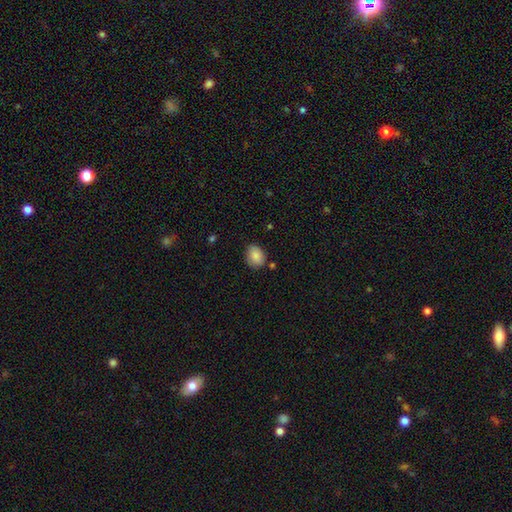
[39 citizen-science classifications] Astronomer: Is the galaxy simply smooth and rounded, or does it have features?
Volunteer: smooth — 77%.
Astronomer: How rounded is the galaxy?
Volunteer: in between — 53% (runner-up: round, 43%).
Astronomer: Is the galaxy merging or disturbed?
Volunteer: none — 71%.